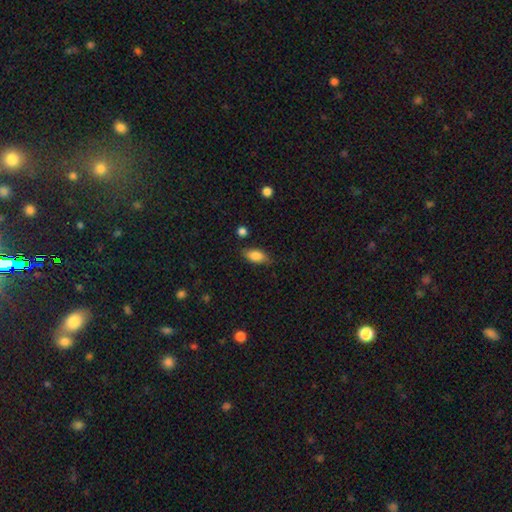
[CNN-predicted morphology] Overall: smooth (82%). How rounded: in between (87%). Merging: none (78%).